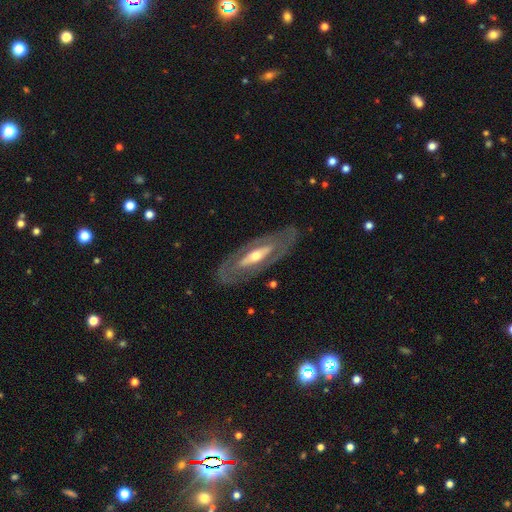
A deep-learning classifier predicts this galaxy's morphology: Overall: featured or disk (76%). Edge-on disk: no (76%). Bar: no (45%; strong 34%). Spiral arms: no (60%; yes 40%). Bulge size: moderate (61%; small 28%). Merging: none (79%).